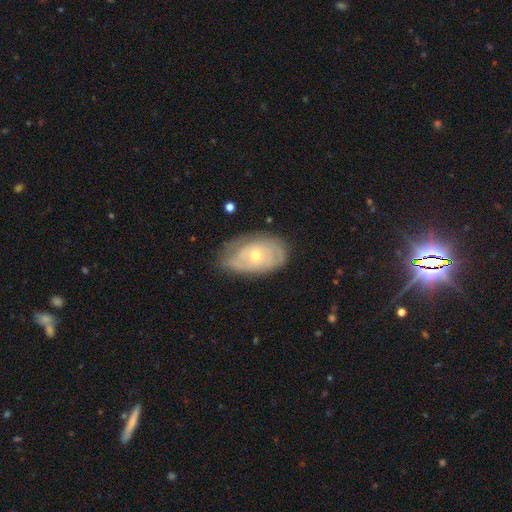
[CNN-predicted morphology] smooth-or-featured: featured or disk: 72% | smooth: 22% | star or artifact: 6%
  disk-edge-on: no: 94% | yes: 6%
    bar: no: 79% | weak: 18% | strong: 4%
    has-spiral-arms: yes: 78% | no: 22%
      spiral-winding: tight: 69% | medium: 23% | loose: 8%
      spiral-arm-count: can't tell: 50% | 2: 28% | 3: 10% | 1: 6% | 4: 4% | more than 4: 3%
    bulge-size: moderate: 49% | small: 48% | large: 1% | none: 1% | dominant: 1%
  merging: none: 69% | minor disturbance: 23% | major disturbance: 6% | merger: 1%